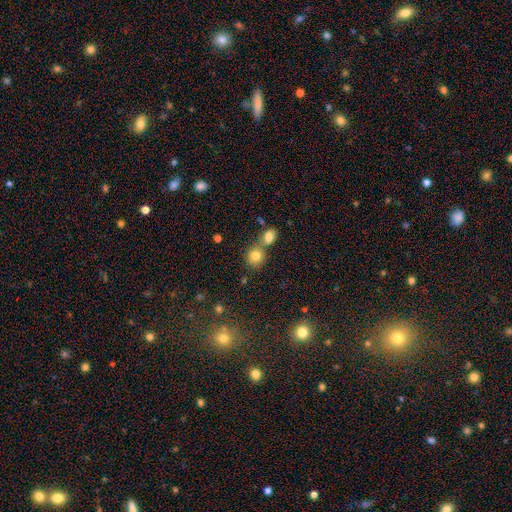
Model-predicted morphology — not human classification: smooth-or-featured: smooth: 79% | star or artifact: 12% | featured or disk: 9%
  how-rounded: round: 79% | in between: 20% | cigar-shaped: 1%
  merging: none: 50% | merger: 39% | minor disturbance: 8% | major disturbance: 3%